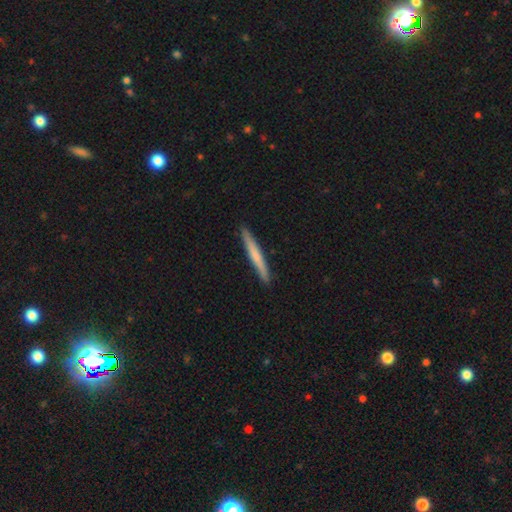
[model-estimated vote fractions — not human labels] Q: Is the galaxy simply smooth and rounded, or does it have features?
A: smooth — 60%.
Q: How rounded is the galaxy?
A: cigar-shaped — 97%.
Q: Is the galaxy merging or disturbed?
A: none — 91%.